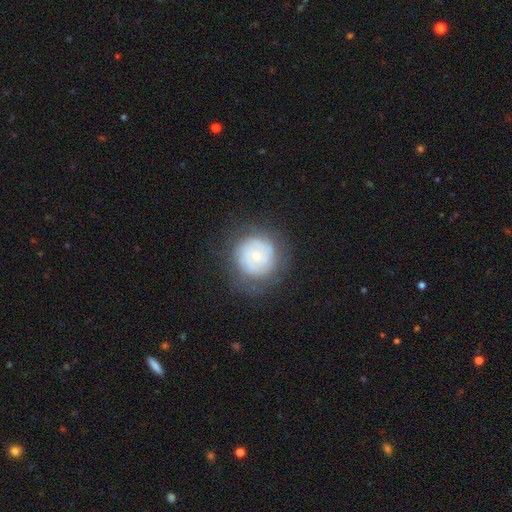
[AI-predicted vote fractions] Smooth or featured? featured or disk (58%)
Edge-on disk? no (98%)
Bar? no (72%)
Spiral arms? yes (76%)
Bulge size? small (70%)
Merging? none (75%)